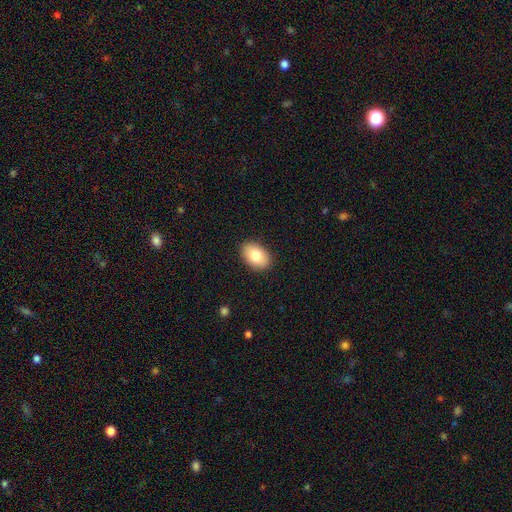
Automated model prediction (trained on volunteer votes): This appears to be a smooth galaxy with no disk features (79%) that is in between round and cigar-shaped (86%). Merging: none (89%).